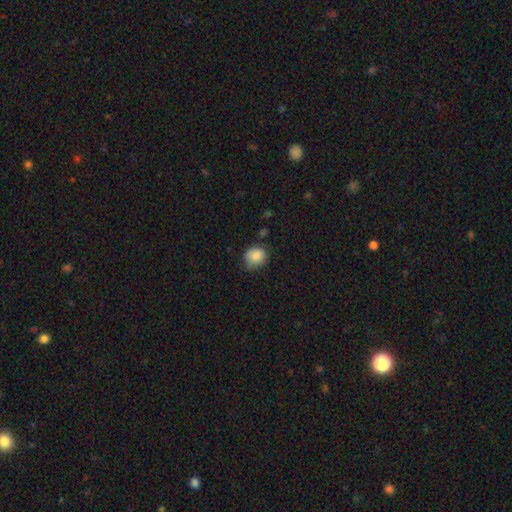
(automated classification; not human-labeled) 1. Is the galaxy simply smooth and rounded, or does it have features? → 86% smooth, 8% star or artifact, 6% featured or disk.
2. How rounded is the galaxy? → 70% round, 29% in between, 1% cigar-shaped.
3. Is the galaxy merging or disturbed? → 66% none, 27% minor disturbance, 5% major disturbance, 2% merger.